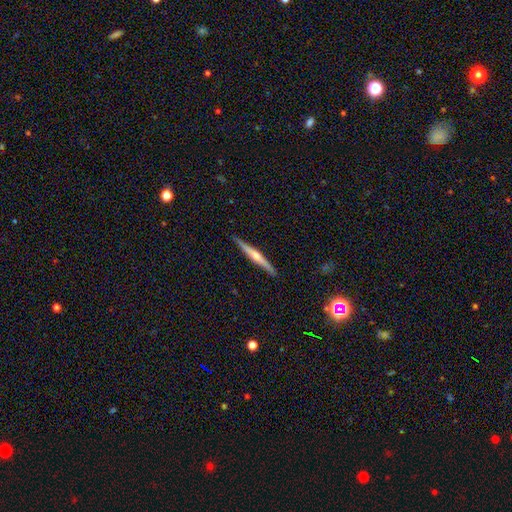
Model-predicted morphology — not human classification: A featured or disk galaxy (67%) viewed edge-on (98%) with a rounded central bulge (74%). Merging: none (90%).